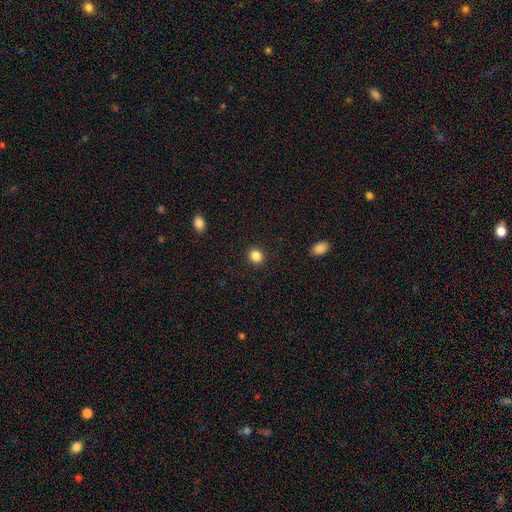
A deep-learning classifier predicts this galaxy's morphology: This appears to be a smooth galaxy with no disk features (86%) that is round (83%). Merging: none (92%).